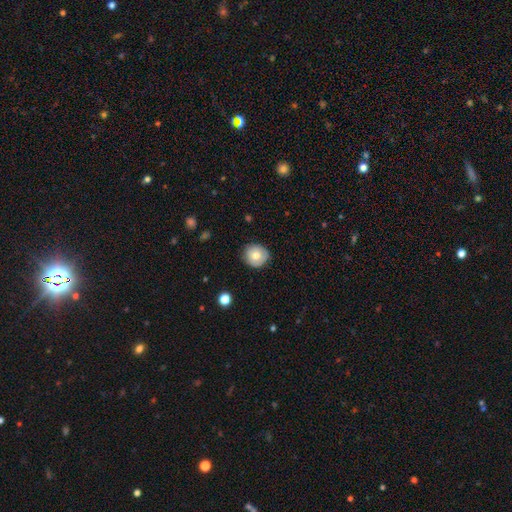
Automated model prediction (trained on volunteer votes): smooth_or_featured: smooth (p=0.73) [alt: featured or disk p=0.19]
how_rounded: round (p=0.87) [alt: in between p=0.12]
merging: none (p=0.81) [alt: minor disturbance p=0.15]